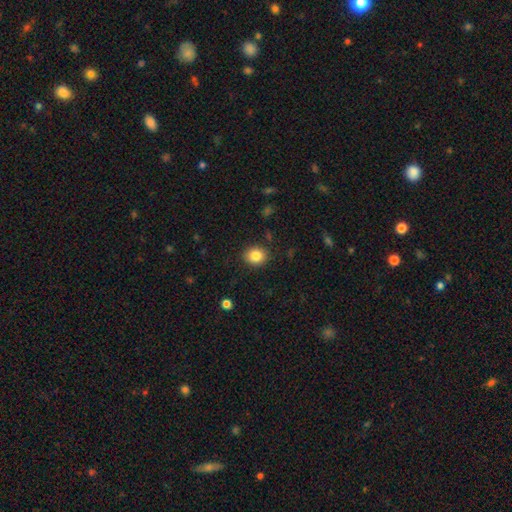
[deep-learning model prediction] smooth 84%, star or artifact 10%, featured or disk 6%. Down the decision tree: how rounded — round (71%); merging — none (89%).